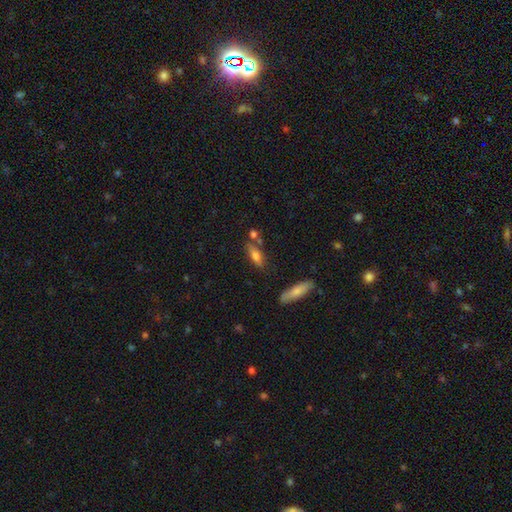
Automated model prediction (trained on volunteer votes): Smooth or featured? smooth (67%)
How rounded? in between (55%)
Merging? none (64%)